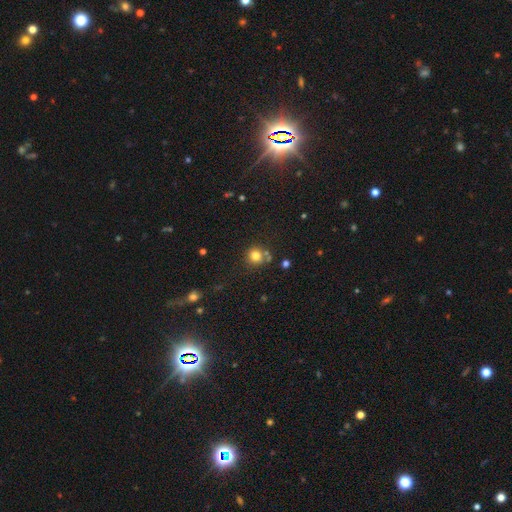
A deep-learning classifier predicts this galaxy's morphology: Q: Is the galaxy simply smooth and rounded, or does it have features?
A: smooth — 79%.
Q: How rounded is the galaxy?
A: round — 90%.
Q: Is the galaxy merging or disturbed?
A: none — 71%.